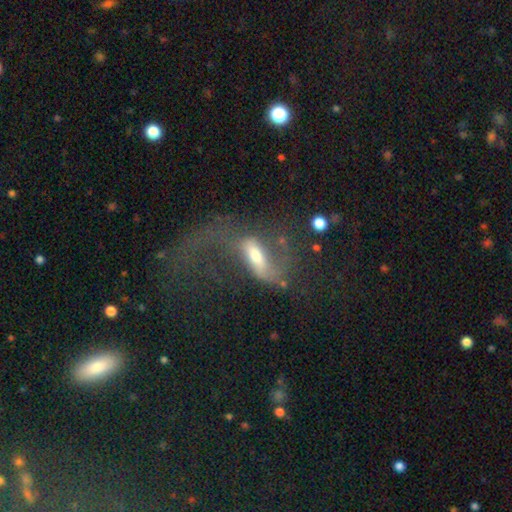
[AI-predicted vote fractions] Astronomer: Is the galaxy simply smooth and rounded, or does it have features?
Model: featured or disk — 55% (runner-up: smooth, 35%).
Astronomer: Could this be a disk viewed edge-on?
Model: no — 80%.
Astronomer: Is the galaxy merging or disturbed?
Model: major disturbance — 57%.